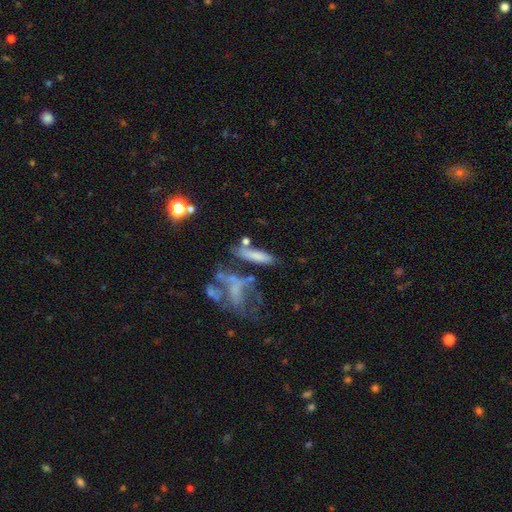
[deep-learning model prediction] Smooth or featured?
  - smooth: 63% *
  - featured or disk: 26%
  - star or artifact: 11%
How rounded?
  - cigar-shaped: 65% *
  - in between: 30%
  - round: 5%
Merging?
  - none: 44% *
  - merger: 25%
  - minor disturbance: 17%
  - major disturbance: 14%